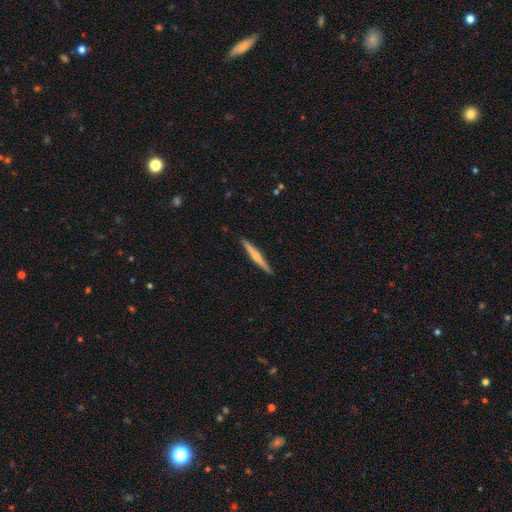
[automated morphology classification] type=featured or disk (55%); edge-on=yes (98%); edge-on bulge=rounded (68%); merging=none (92%).